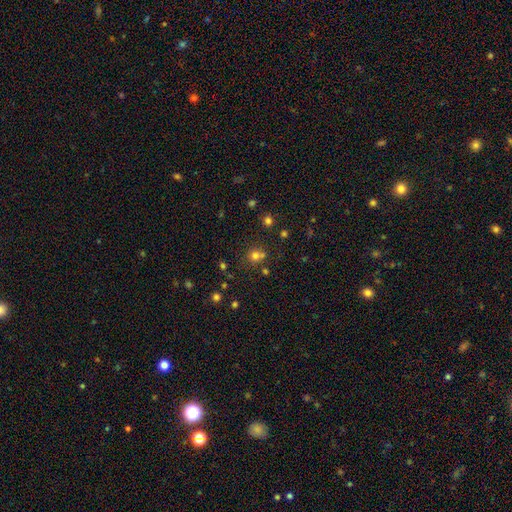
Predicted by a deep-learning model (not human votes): Overall: smooth (69%). How rounded: round (85%). Merging: none (59%; merger 26%).